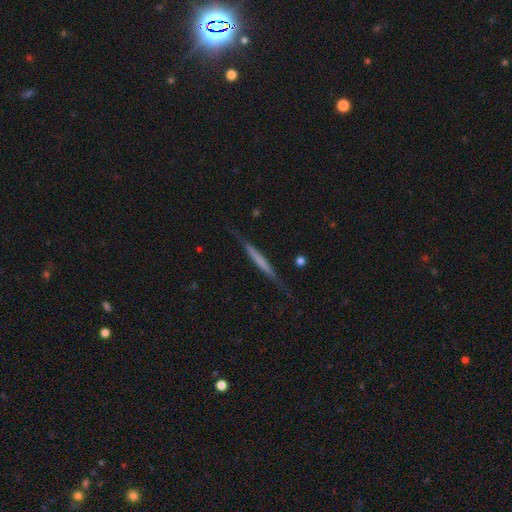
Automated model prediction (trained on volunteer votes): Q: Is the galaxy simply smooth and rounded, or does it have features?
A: featured or disk — 55%.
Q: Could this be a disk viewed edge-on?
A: yes — 95%.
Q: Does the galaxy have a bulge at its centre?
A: none — 81%.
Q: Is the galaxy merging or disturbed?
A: none — 81%.